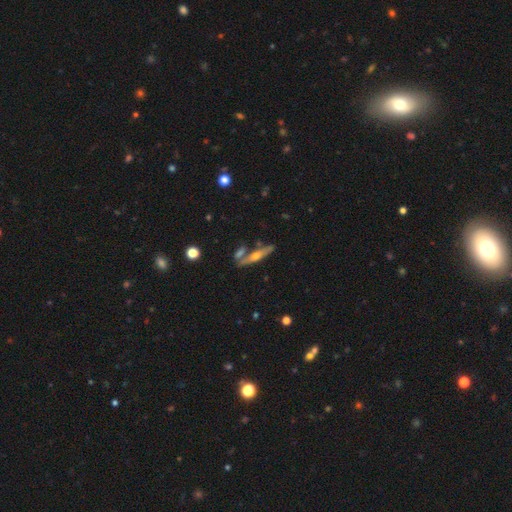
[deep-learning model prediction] smooth_or_featured: featured or disk (p=0.62) [alt: smooth p=0.30]
disk_edge_on: yes (p=0.91) [alt: no p=0.09]
edge_on_bulge: rounded (p=0.88) [alt: none p=0.08]
merging: none (p=0.67) [alt: merger p=0.17]